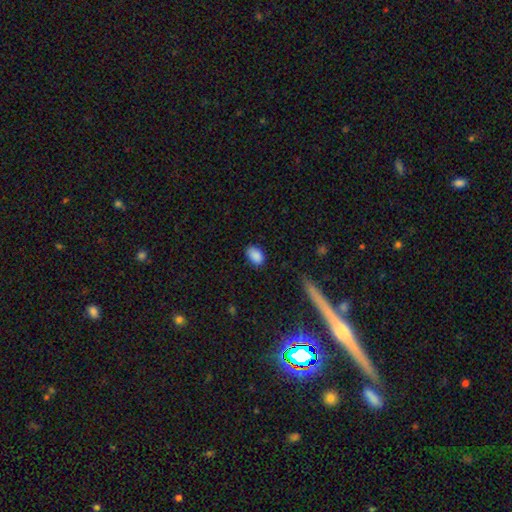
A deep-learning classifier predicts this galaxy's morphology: smooth 88%, star or artifact 8%, featured or disk 4%. Down the decision tree: how rounded — in between (85%); merging — none (79%).